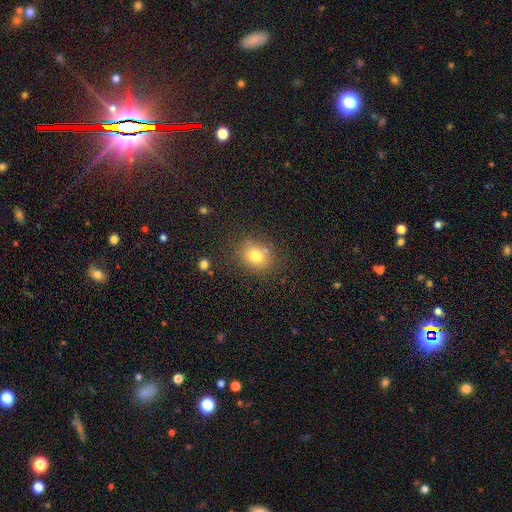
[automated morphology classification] smooth-or-featured: smooth: 77% | star or artifact: 13% | featured or disk: 10%
  how-rounded: round: 62% | in between: 37% | cigar-shaped: 1%
  merging: none: 77% | minor disturbance: 13% | merger: 6% | major disturbance: 4%